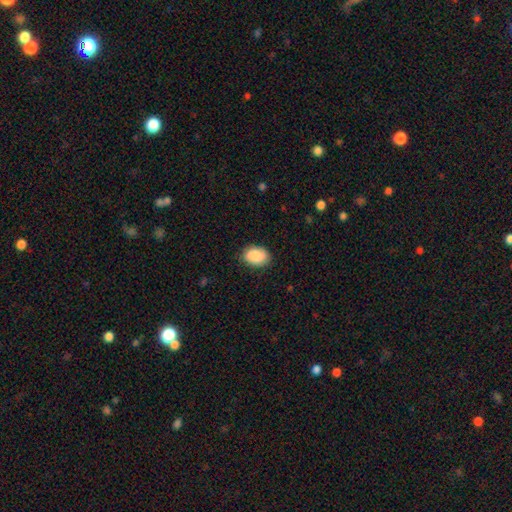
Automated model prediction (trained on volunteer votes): The model was most divided on "how rounded": in between: 80%, round: 18%, cigar-shaped: 1%. More confident: smooth or featured — smooth (89%); merging — none (85%).